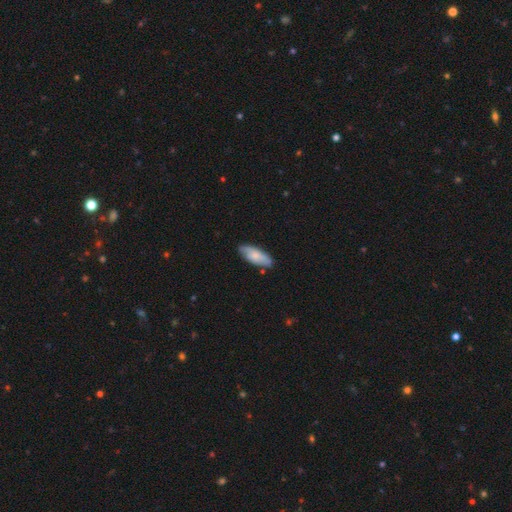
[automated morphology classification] The model was most divided on "smooth or featured": smooth: 66%, featured or disk: 29%, star or artifact: 6%. More confident: merging — none (75%); how rounded — in between (75%).